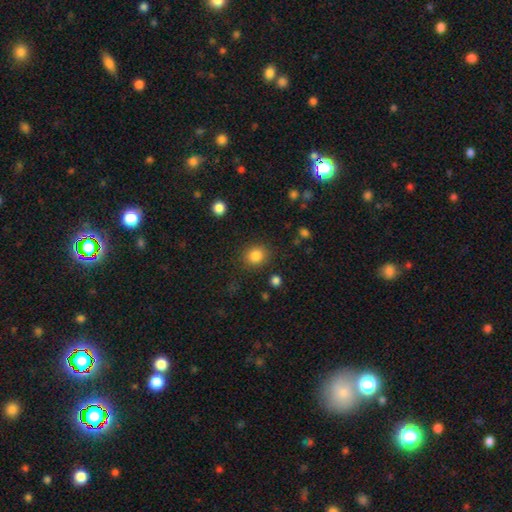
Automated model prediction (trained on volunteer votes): A smooth galaxy with no disk features (84%) that is round (77%). Merging: none (86%).